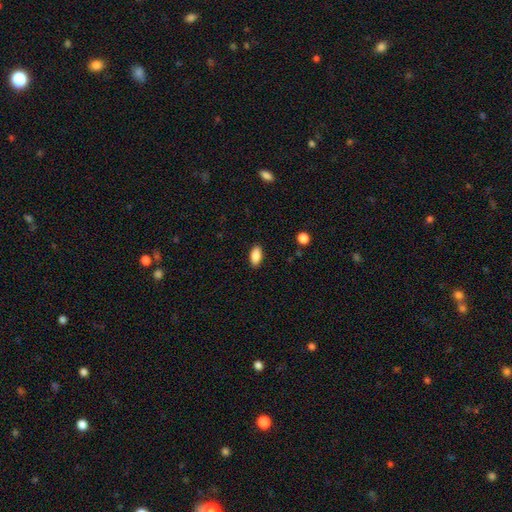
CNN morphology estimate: This appears to be a smooth galaxy with no disk features (88%) that is in between round and cigar-shaped (91%). Merging: none (88%).